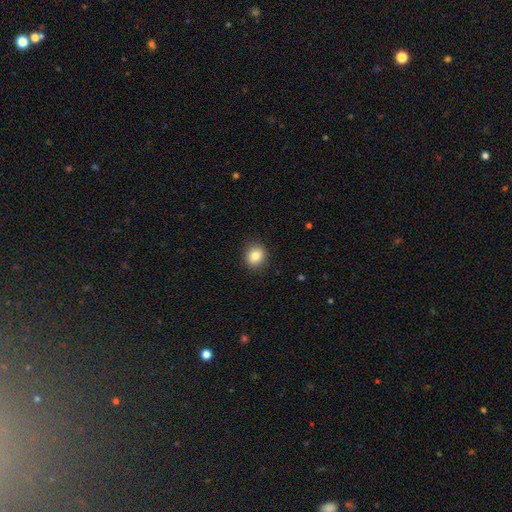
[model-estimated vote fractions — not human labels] Morphology: type=smooth (83%); roundness=round (78%); merging=none (90%).